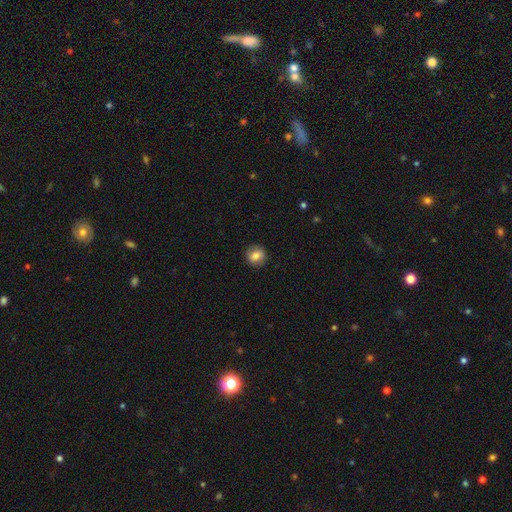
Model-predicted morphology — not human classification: smooth 76%, featured or disk 15%, star or artifact 9%. Down the decision tree: how rounded — round (82%); merging — none (88%).